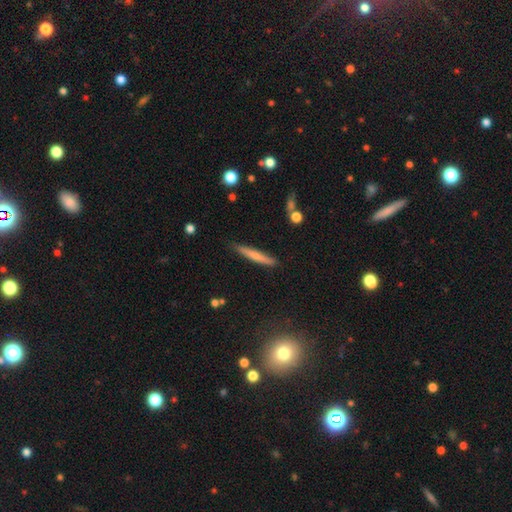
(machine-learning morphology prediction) Overall: smooth (63%; featured or disk 30%). How rounded: cigar-shaped (94%). Merging: none (87%).